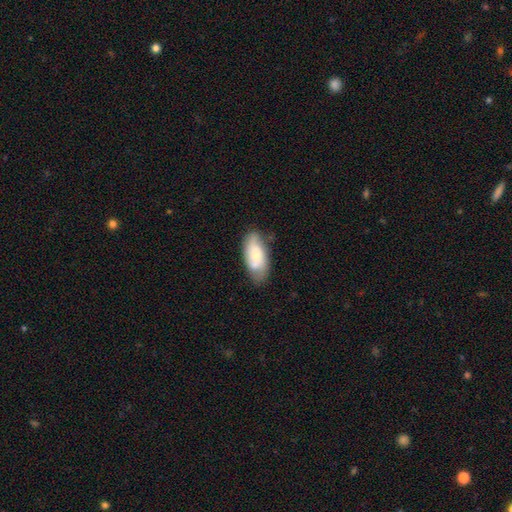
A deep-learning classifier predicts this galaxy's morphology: type=smooth (56%); roundness=in between (88%); merging=none (66%).